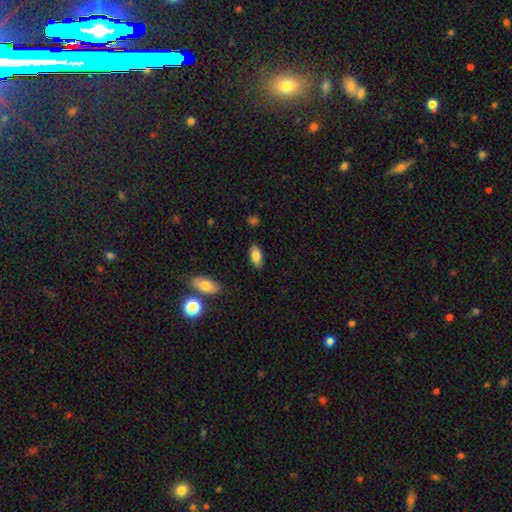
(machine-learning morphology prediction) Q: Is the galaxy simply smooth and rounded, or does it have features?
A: smooth — 84%.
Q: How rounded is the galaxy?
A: in between — 91%.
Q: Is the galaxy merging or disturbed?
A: none — 86%.